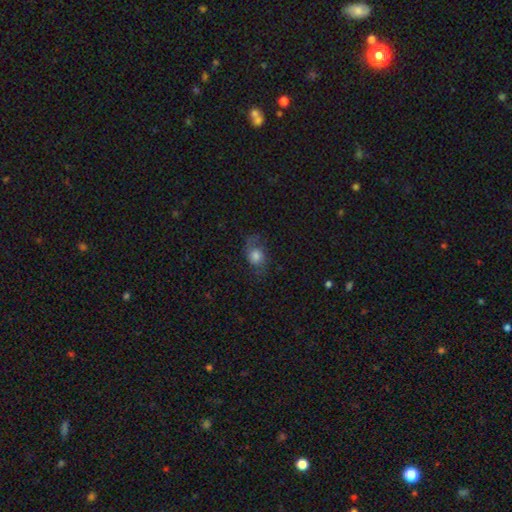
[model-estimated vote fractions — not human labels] A smooth galaxy with no disk features (49%). Merging: none (64%).